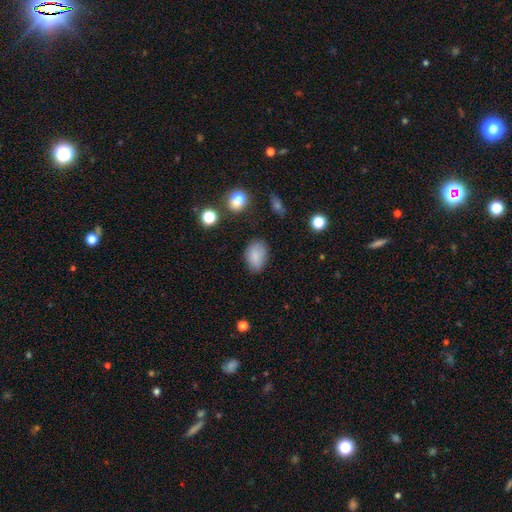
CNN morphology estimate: type=smooth (85%); roundness=in between (84%); merging=none (77%).